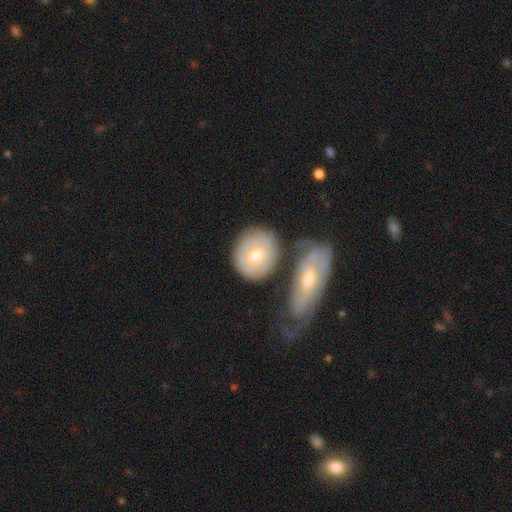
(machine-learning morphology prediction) Smooth or featured?
  - smooth: 47% *
  - featured or disk: 46%
  - star or artifact: 6%
Merging?
  - none: 58% *
  - merger: 21%
  - minor disturbance: 15%
  - major disturbance: 6%